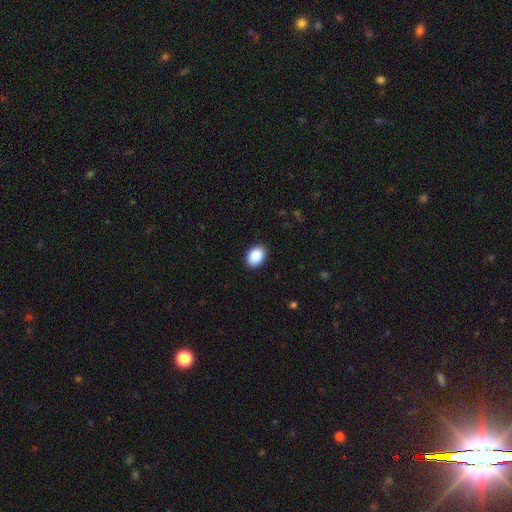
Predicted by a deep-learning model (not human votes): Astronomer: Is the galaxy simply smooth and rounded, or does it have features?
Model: smooth — 90%.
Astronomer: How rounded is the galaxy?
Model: in between — 79%.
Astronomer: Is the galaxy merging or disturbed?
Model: none — 89%.